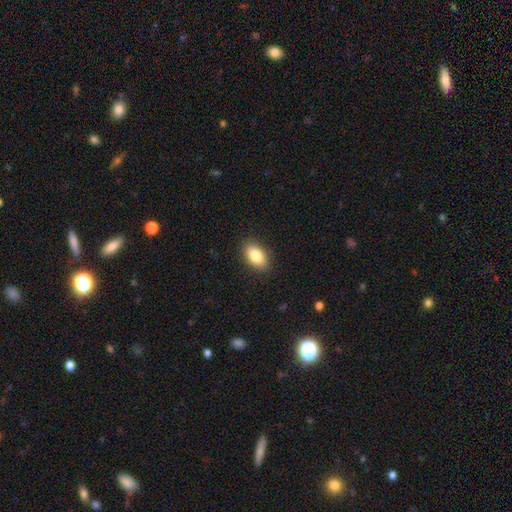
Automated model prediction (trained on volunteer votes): smooth_or_featured: smooth (p=0.84) [alt: featured or disk p=0.09]
how_rounded: in between (p=0.92) [alt: round p=0.05]
merging: none (p=0.89) [alt: minor disturbance p=0.08]